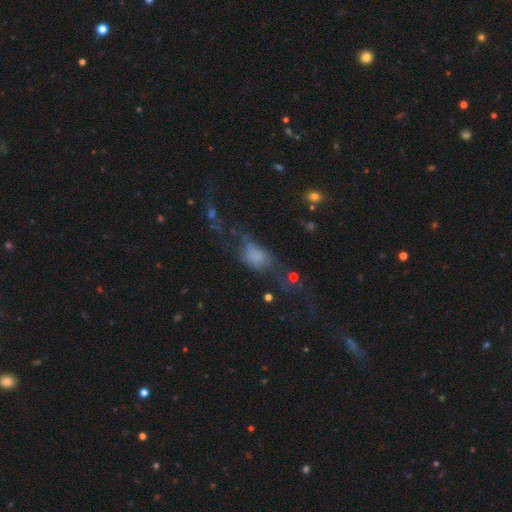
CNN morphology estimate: Smooth or featured?
  - smooth: 46% *
  - featured or disk: 36%
  - star or artifact: 18%
Merging?
  - major disturbance: 47% *
  - none: 26%
  - minor disturbance: 17%
  - merger: 10%